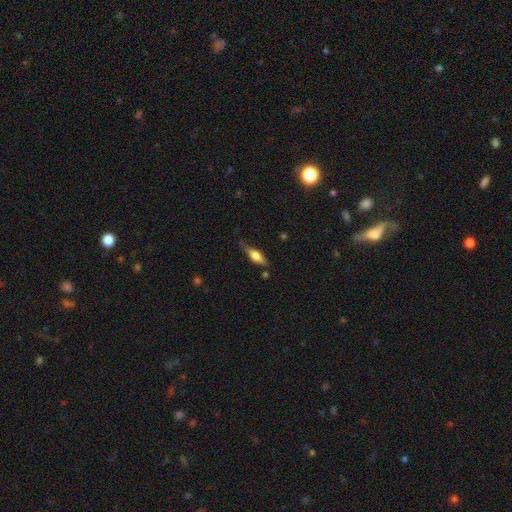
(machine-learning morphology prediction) type=smooth (48%); merging=none (69%).